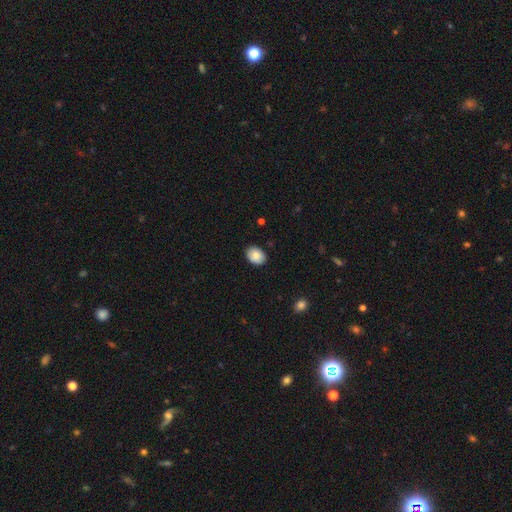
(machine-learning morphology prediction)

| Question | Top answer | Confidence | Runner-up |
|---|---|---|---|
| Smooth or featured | smooth | 83% | featured or disk (10%) |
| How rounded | in between | 71% | round (28%) |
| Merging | none | 86% | minor disturbance (11%) |